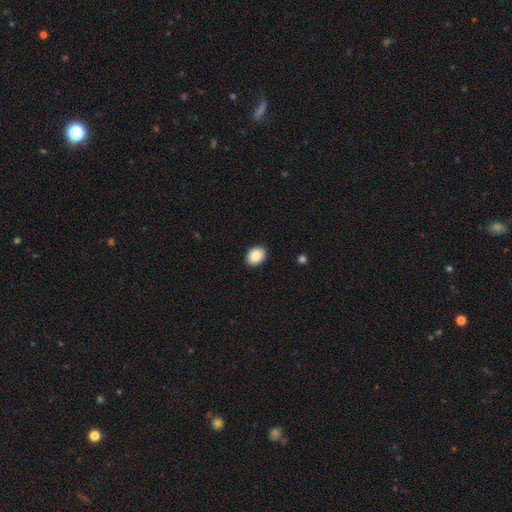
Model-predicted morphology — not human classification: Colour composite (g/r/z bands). It shows a smooth galaxy with no disk features (88%) that is in between round and cigar-shaped (64%). Merging: none (89%).